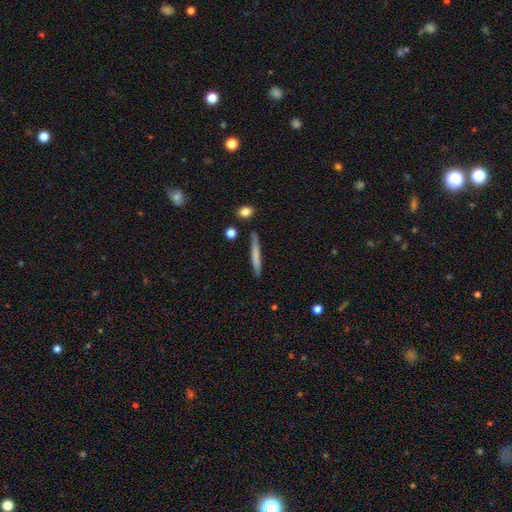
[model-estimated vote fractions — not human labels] Smooth or featured? smooth (69%)
How rounded? cigar-shaped (95%)
Merging? none (84%)